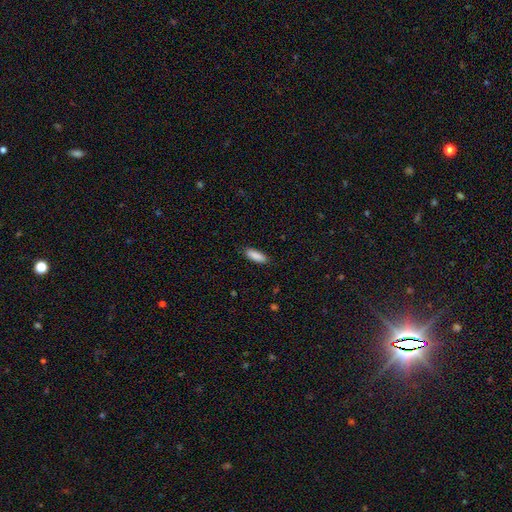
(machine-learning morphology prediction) Smooth or featured? smooth (89%)
How rounded? in between (61%)
Merging? none (87%)